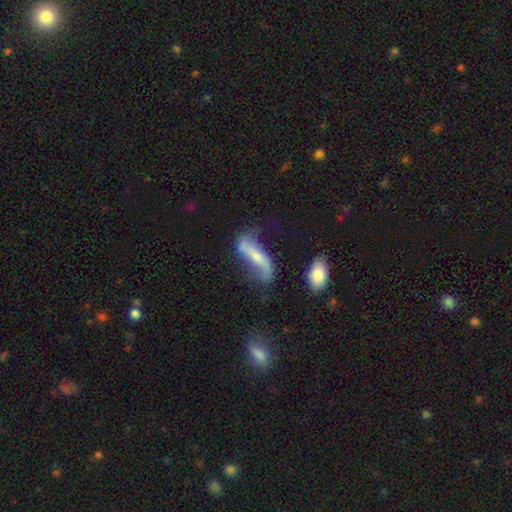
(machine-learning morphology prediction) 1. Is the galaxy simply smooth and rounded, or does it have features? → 64% featured or disk, 29% smooth, 7% star or artifact.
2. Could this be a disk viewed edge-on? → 76% no, 24% yes.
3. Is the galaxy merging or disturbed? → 44% none, 26% minor disturbance, 22% major disturbance, 7% merger.